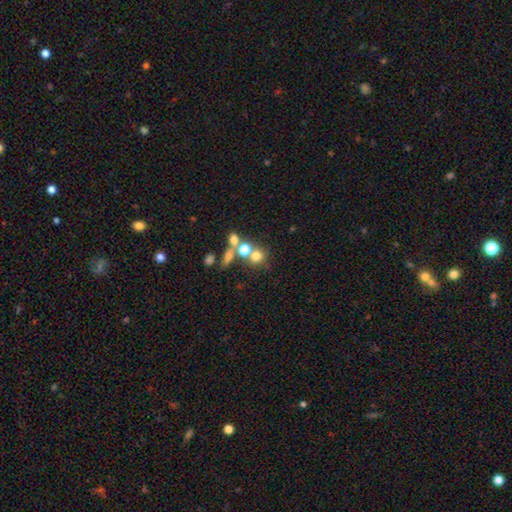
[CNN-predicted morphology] This is likely a smooth galaxy (65%). How rounded: clearly round (83%). Merging: possibly none (48%).